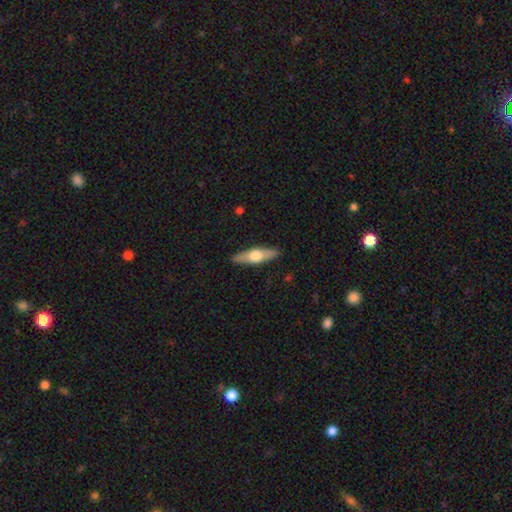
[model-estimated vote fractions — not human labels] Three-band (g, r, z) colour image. It shows a featured or disk galaxy (49%). Merging: none (89%).